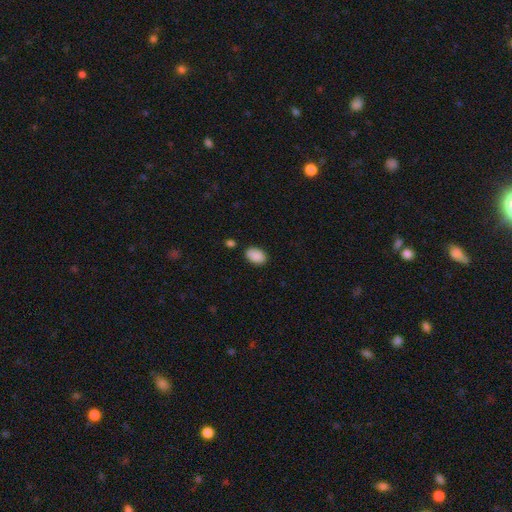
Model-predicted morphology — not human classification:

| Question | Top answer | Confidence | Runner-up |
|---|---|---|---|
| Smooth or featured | smooth | 90% | star or artifact (7%) |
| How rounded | in between | 92% | round (7%) |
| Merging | none | 83% | minor disturbance (11%) |